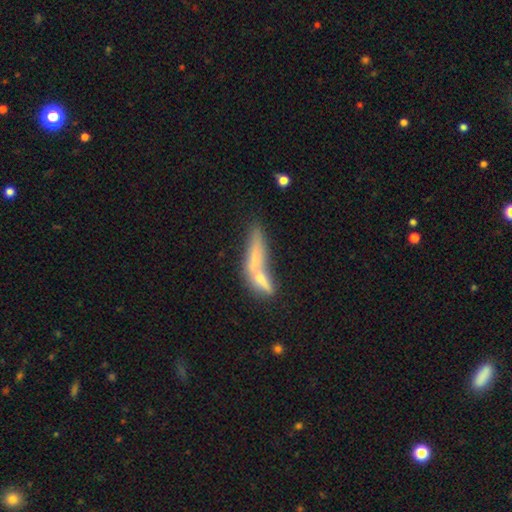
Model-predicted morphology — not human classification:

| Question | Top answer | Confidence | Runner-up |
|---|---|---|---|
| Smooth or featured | smooth | 56% | featured or disk (35%) |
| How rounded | cigar-shaped | 71% | in between (26%) |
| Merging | merger | 50% | none (29%) |